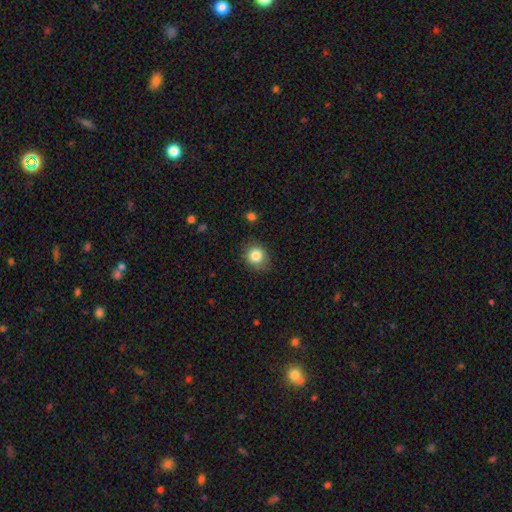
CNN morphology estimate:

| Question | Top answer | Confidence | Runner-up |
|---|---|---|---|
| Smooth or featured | smooth | 83% | star or artifact (10%) |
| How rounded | round | 76% | in between (23%) |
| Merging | none | 81% | minor disturbance (14%) |